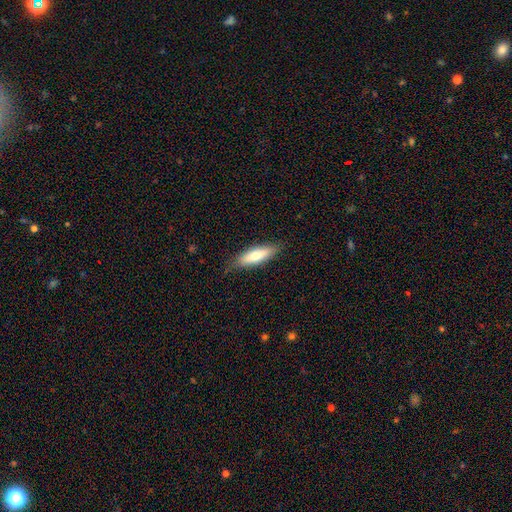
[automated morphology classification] Smooth or featured? smooth (66%)
How rounded? cigar-shaped (58%)
Merging? none (83%)